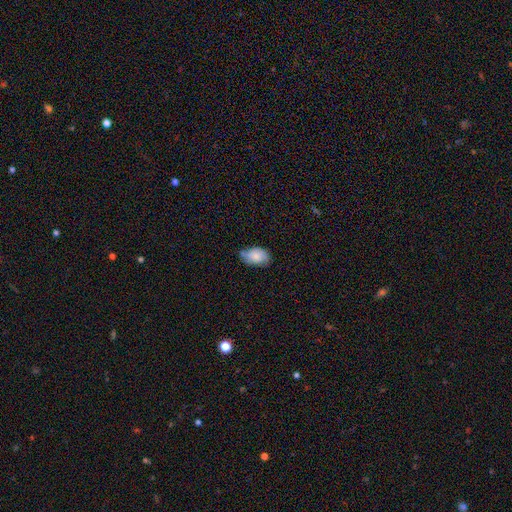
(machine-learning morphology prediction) Smooth or featured? Predicted: smooth (p=0.82). How rounded? Predicted: in between (p=0.89). Merging? Predicted: none (p=0.53).